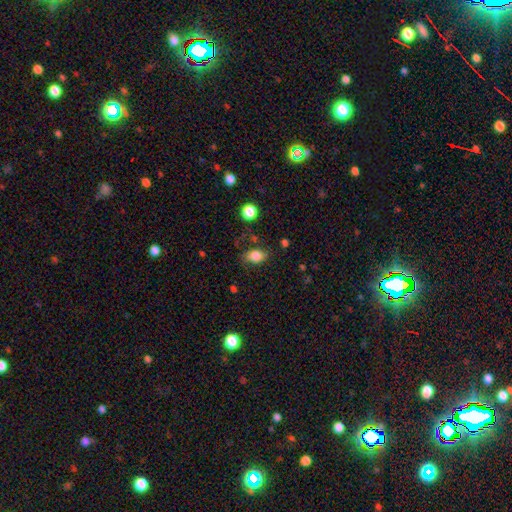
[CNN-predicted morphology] smooth-or-featured: smooth: 81% | featured or disk: 10% | star or artifact: 9%
  how-rounded: in between: 82% | round: 16% | cigar-shaped: 2%
  merging: none: 70% | minor disturbance: 21% | major disturbance: 6% | merger: 3%